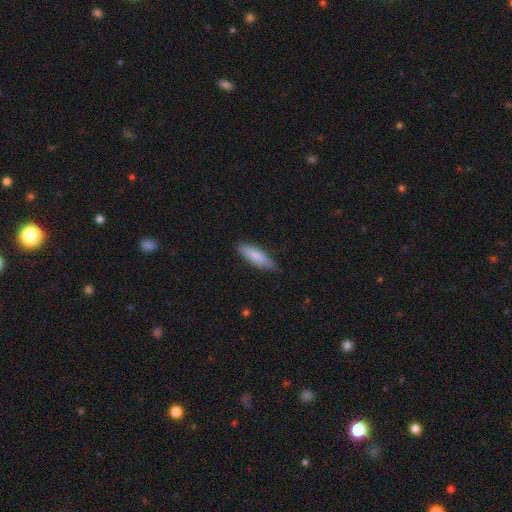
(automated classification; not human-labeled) A smooth galaxy with no disk features (82%) that is cigar-shaped (52%). Merging: none (82%).